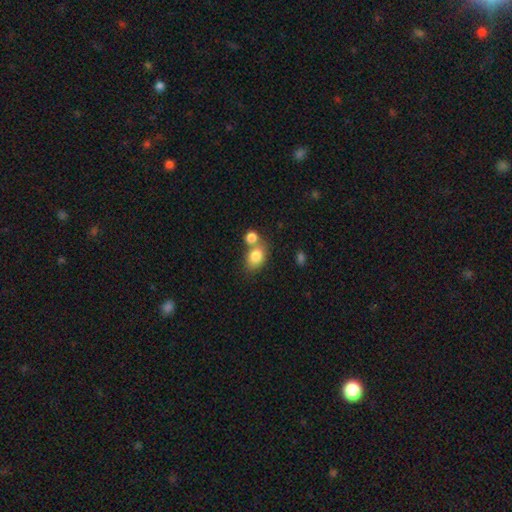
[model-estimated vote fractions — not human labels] Smooth or featured: smooth — 83% (featured or disk — 9%)
How rounded: in between — 68% (round — 31%)
Merging: none — 45% (merger — 40%)